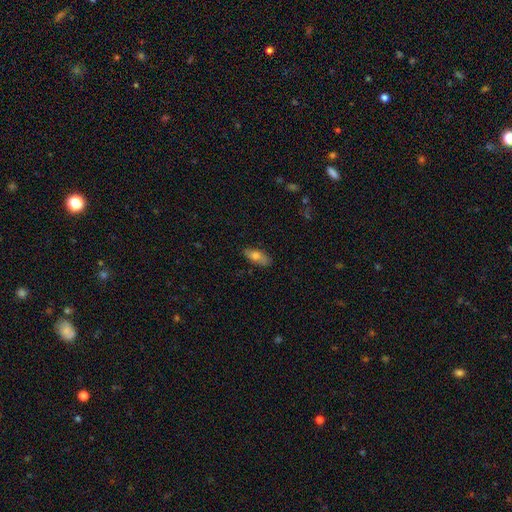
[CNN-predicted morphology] A smooth galaxy with no disk features (72%) that is in between round and cigar-shaped (77%). Merging: none (79%).